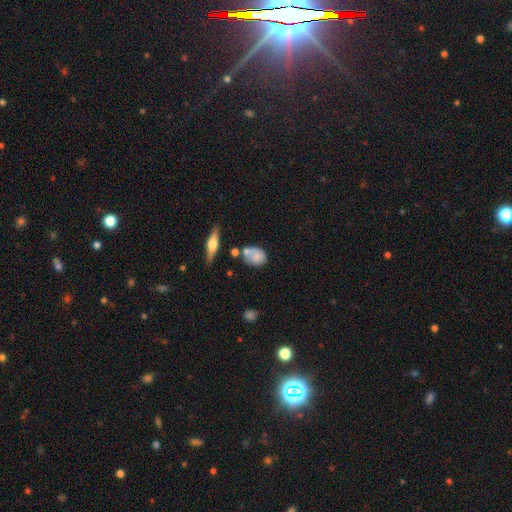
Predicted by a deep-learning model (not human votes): A smooth galaxy with no disk features (70%) that is in between round and cigar-shaped (63%).

Vote fractions:
- Smooth or featured? smooth: 70% / featured or disk: 22% / star or artifact: 8%
- How rounded? in between: 63% / round: 34% / cigar-shaped: 3%
- Merging? none: 47% / minor disturbance: 27% / merger: 16% / major disturbance: 10%